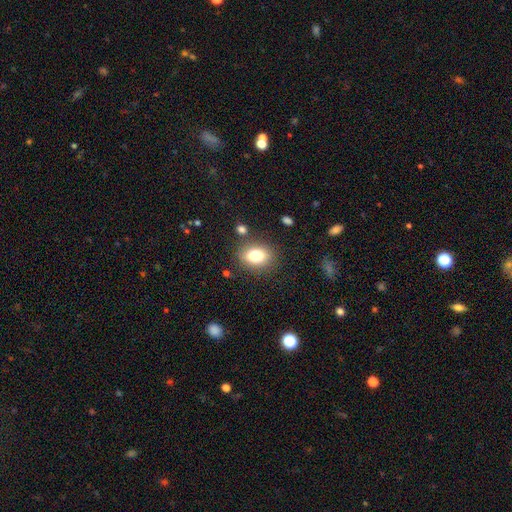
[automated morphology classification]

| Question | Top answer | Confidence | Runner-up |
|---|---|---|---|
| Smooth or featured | smooth | 79% | featured or disk (11%) |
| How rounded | in between | 73% | round (25%) |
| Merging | none | 80% | minor disturbance (12%) |